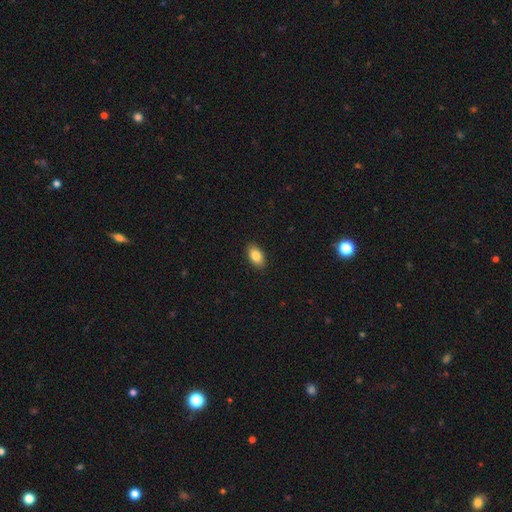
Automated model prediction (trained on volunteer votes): Smooth or featured? smooth (85%)
How rounded? in between (93%)
Merging? none (90%)